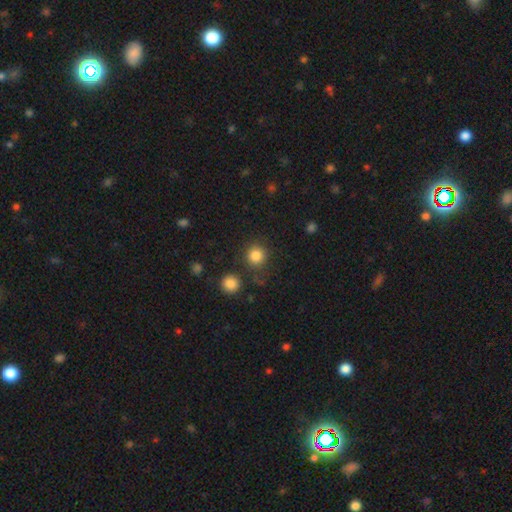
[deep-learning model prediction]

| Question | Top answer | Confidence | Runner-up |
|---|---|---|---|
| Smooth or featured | smooth | 84% | star or artifact (11%) |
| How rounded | round | 93% | in between (6%) |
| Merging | none | 82% | minor disturbance (8%) |